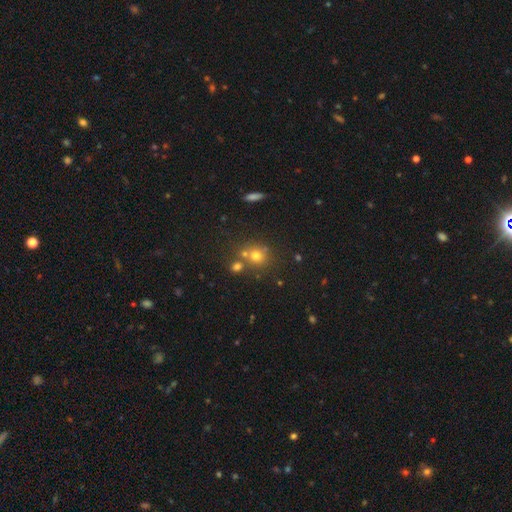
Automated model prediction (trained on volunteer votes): Smooth or featured: smooth — 65% (star or artifact — 21%)
How rounded: round — 84% (in between — 15%)
Merging: none — 57% (merger — 30%)